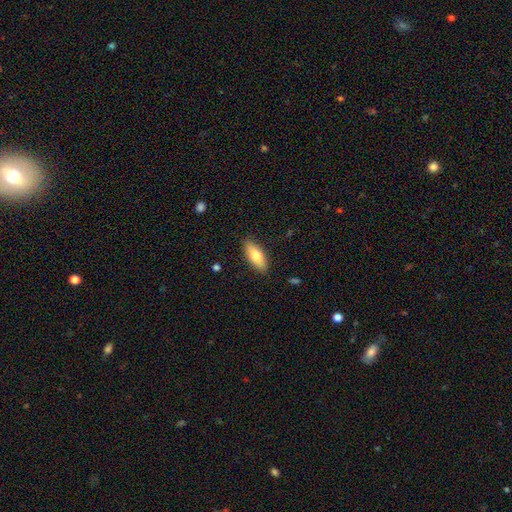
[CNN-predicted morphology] smooth-or-featured: smooth: 75% | featured or disk: 18% | star or artifact: 6%
  how-rounded: in between: 77% | cigar-shaped: 20% | round: 2%
  merging: none: 87% | minor disturbance: 10% | major disturbance: 2% | merger: 1%